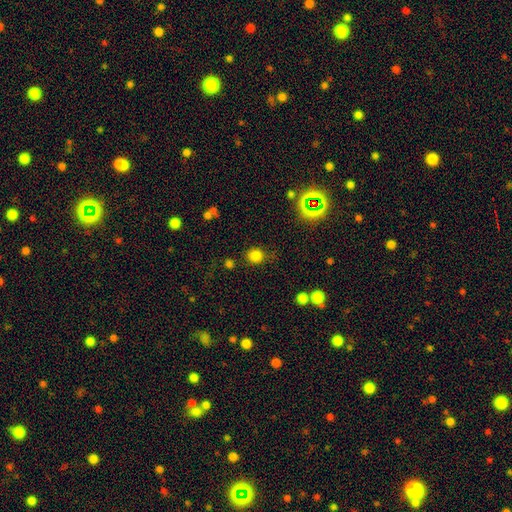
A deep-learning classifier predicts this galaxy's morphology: This is likely a smooth galaxy (79%). How rounded: clearly round (84%). Merging: likely none (78%).